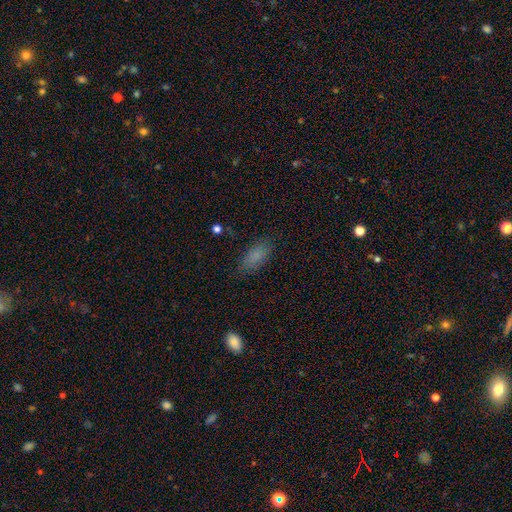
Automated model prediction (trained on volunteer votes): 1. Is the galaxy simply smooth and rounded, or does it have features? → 81% smooth, 10% star or artifact, 10% featured or disk.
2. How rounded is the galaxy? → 84% in between, 13% cigar-shaped, 3% round.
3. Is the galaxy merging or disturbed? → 80% none, 14% minor disturbance, 4% major disturbance, 1% merger.